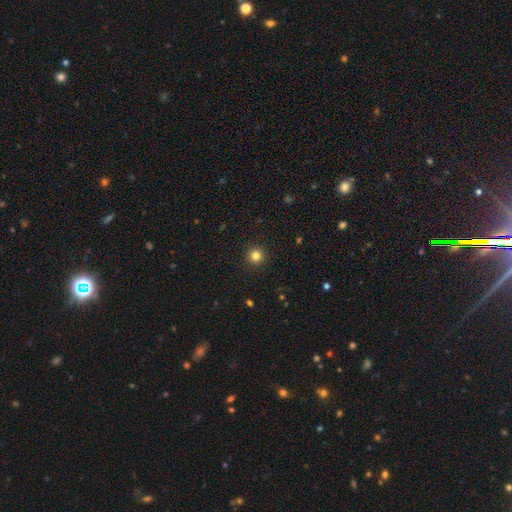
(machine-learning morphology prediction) Smooth or featured?
  - smooth: 82% *
  - star or artifact: 13%
  - featured or disk: 5%
How rounded?
  - round: 95% *
  - in between: 4%
  - cigar-shaped: 1%
Merging?
  - none: 93% *
  - minor disturbance: 5%
  - major disturbance: 2%
  - merger: 1%